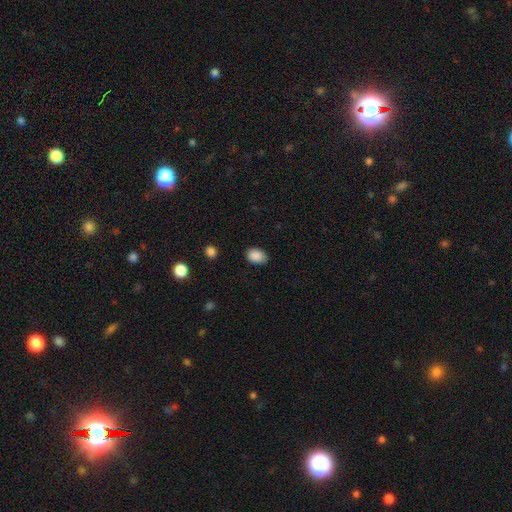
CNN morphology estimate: smooth 88%, star or artifact 8%, featured or disk 4%. Down the decision tree: how rounded — in between (74%); merging — none (79%).